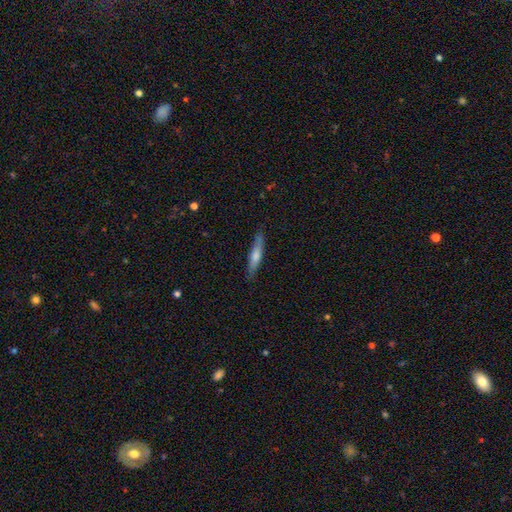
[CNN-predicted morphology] A smooth galaxy with no disk features (52%) that is cigar-shaped (88%).

Vote fractions:
- Smooth or featured? smooth: 52% / featured or disk: 41% / star or artifact: 6%
- How rounded? cigar-shaped: 88% / in between: 10% / round: 2%
- Merging? none: 86% / minor disturbance: 11% / major disturbance: 2% / merger: 1%